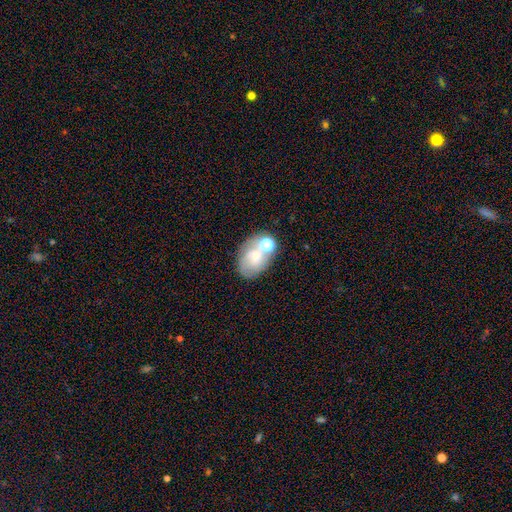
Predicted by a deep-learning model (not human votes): smooth-or-featured: smooth: 53% | featured or disk: 35% | star or artifact: 12%
  how-rounded: in between: 72% | round: 27% | cigar-shaped: 1%
  merging: none: 45% | merger: 29% | minor disturbance: 17% | major disturbance: 9%